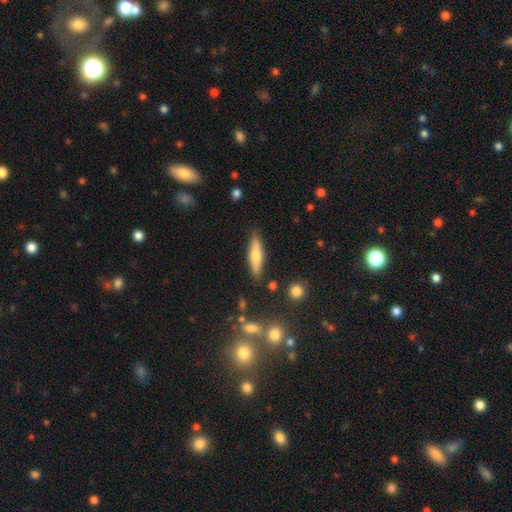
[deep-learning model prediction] This is possibly a smooth galaxy (53%). How rounded: likely cigar-shaped (72%). Merging: clearly none (84%).